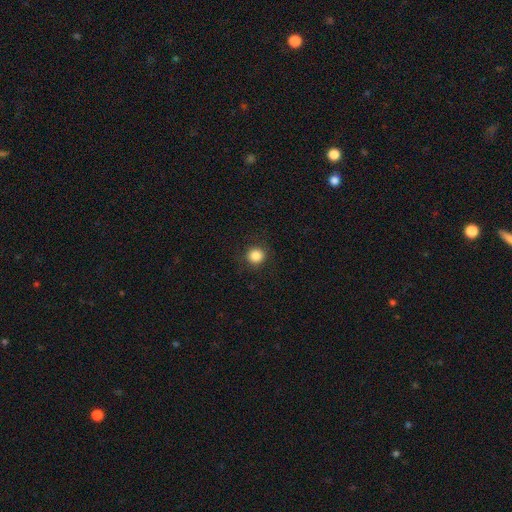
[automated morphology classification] Overall: smooth (85%). How rounded: round (93%). Merging: none (91%).